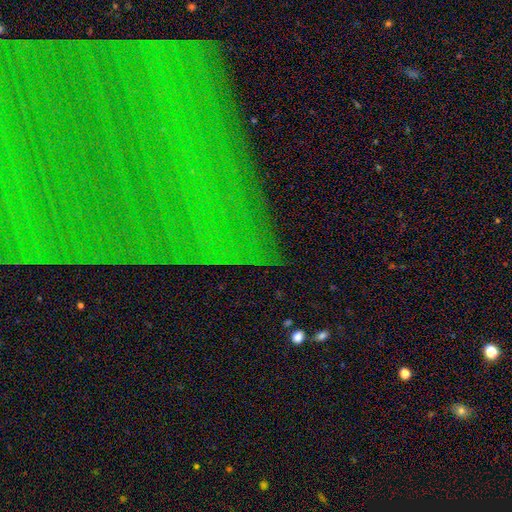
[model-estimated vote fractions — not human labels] Smooth or featured?
  - star or artifact: 77% *
  - smooth: 13%
  - featured or disk: 10%